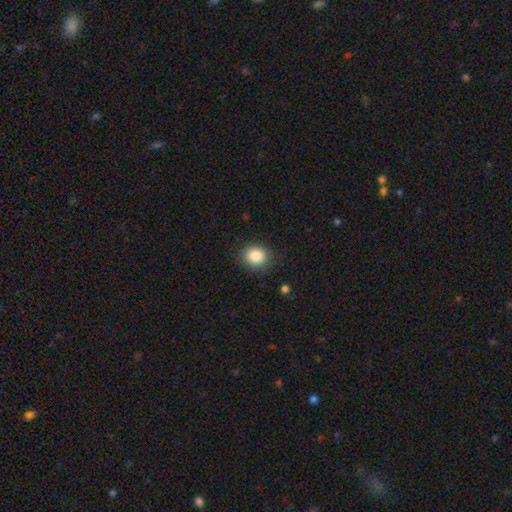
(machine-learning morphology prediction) Smooth or featured: smooth — 86% (star or artifact — 10%)
How rounded: round — 75% (in between — 24%)
Merging: none — 87% (minor disturbance — 9%)